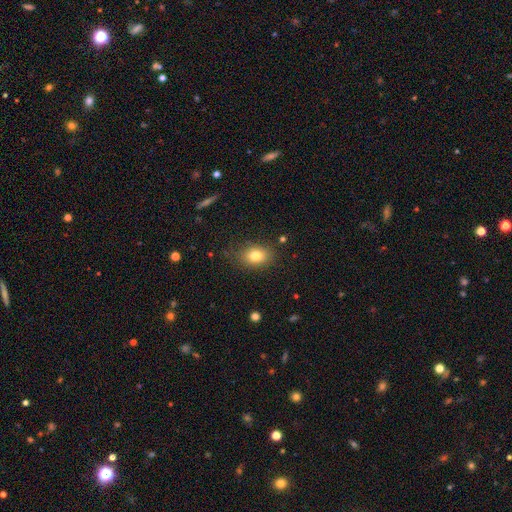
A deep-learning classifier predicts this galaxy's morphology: This is likely a smooth galaxy (80%). How rounded: likely in between (74%). Merging: clearly none (80%).